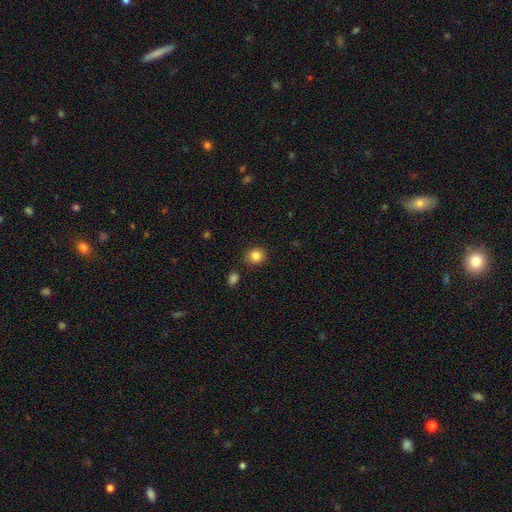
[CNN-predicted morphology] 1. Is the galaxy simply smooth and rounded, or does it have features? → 85% smooth, 10% star or artifact, 5% featured or disk.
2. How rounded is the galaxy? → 82% round, 17% in between, 1% cigar-shaped.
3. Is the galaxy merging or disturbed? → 88% none, 8% minor disturbance, 3% merger, 2% major disturbance.